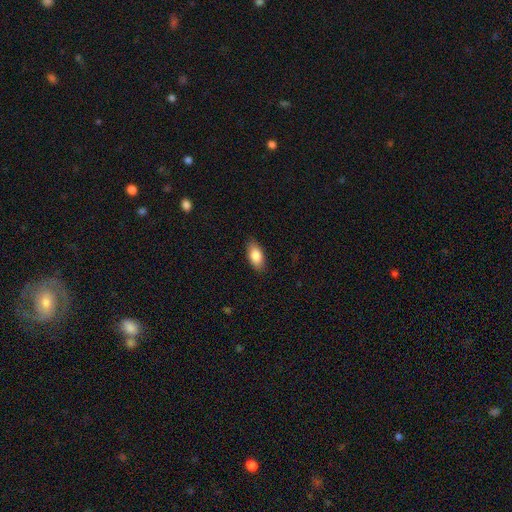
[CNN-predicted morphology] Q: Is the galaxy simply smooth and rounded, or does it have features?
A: smooth — 86%.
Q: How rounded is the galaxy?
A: in between — 91%.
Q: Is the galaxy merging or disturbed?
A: none — 86%.